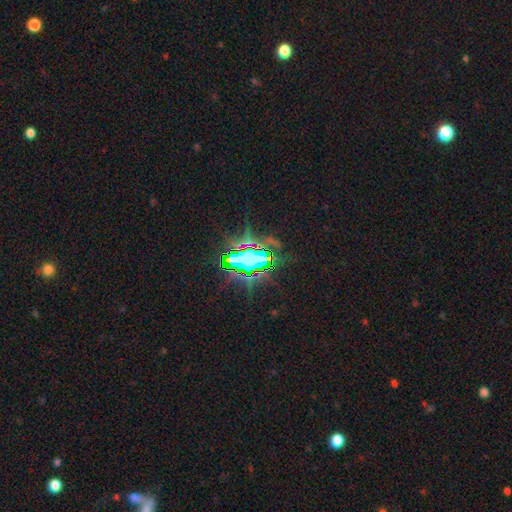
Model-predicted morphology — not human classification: This appears to be a star or artifact, not a galaxy (82%).